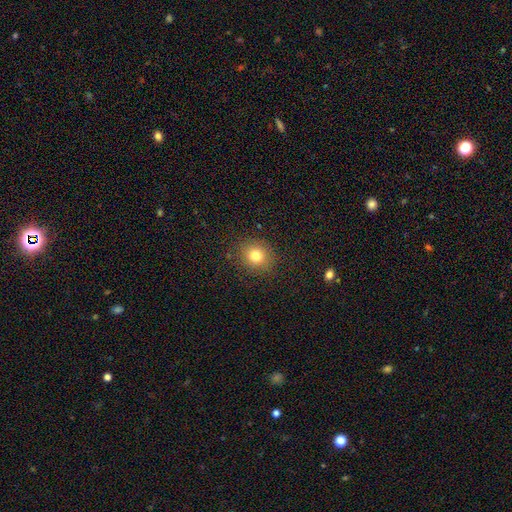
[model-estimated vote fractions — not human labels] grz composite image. It shows a smooth galaxy with no disk features (79%) that is round (83%). Merging: none (88%).